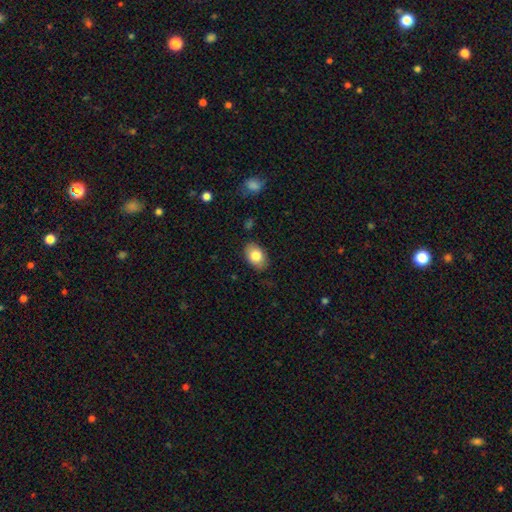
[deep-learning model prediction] smooth 82%, featured or disk 11%, star or artifact 7%. Down the decision tree: how rounded — in between (85%); merging — none (83%).